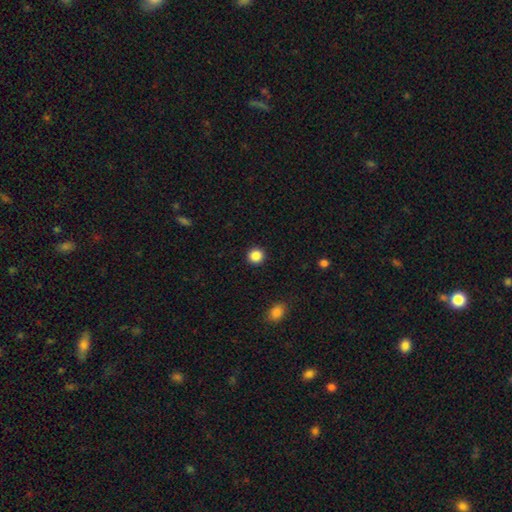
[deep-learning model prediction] This is clearly a smooth galaxy (87%). How rounded: clearly round (93%). Merging: clearly none (93%).